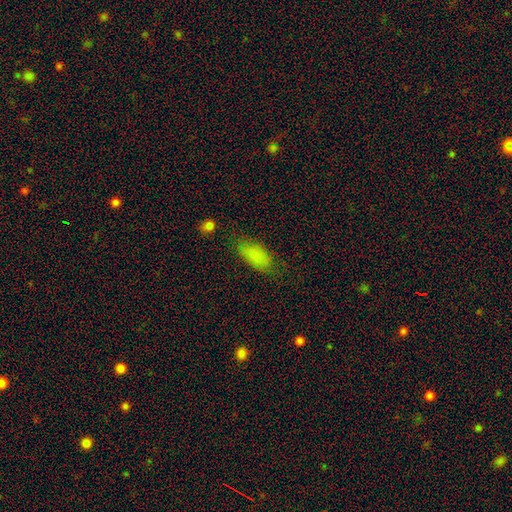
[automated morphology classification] smooth 84%, star or artifact 9%, featured or disk 7%. Down the decision tree: how rounded — in between (90%); merging — none (75%).